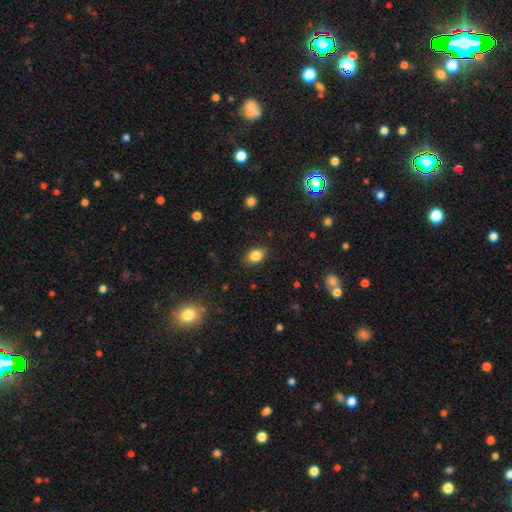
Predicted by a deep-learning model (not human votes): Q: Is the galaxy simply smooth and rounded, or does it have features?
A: smooth — 84%.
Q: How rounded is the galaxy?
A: in between — 73%.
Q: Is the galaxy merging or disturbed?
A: none — 84%.